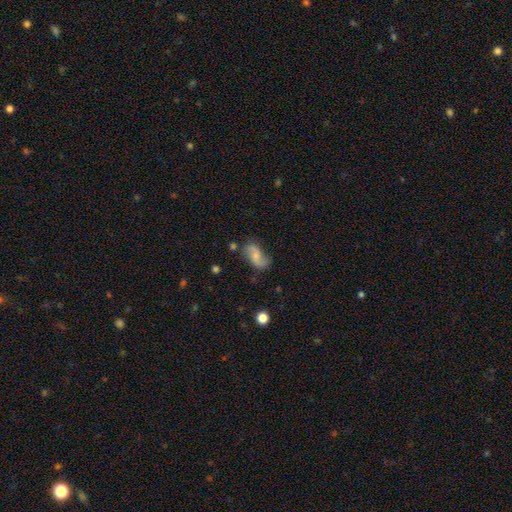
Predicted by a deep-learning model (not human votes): featured or disk 58%, smooth 33%, star or artifact 9%. Down the decision tree: edge-on disk — no (96%); bar — no (51%); spiral arms — yes (90%); spiral arm count — 2 (89%); spiral winding — loose (72%); bulge size — small (36%); merging — none (63%).